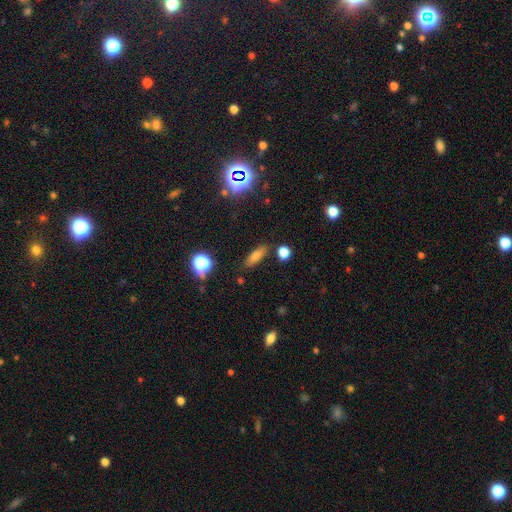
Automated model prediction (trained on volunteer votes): smooth-or-featured: smooth: 67% | featured or disk: 17% | star or artifact: 16%
  how-rounded: in between: 53% | cigar-shaped: 41% | round: 6%
  merging: none: 83% | minor disturbance: 10% | merger: 3% | major disturbance: 3%